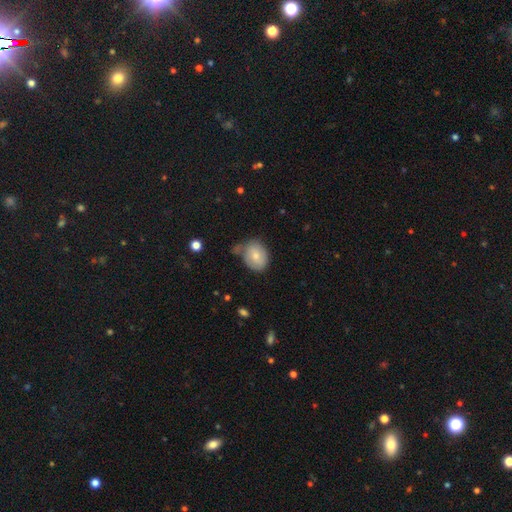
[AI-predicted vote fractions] smooth 73%, featured or disk 20%, star or artifact 7%. Down the decision tree: how rounded — in between (57%); merging — none (50%).